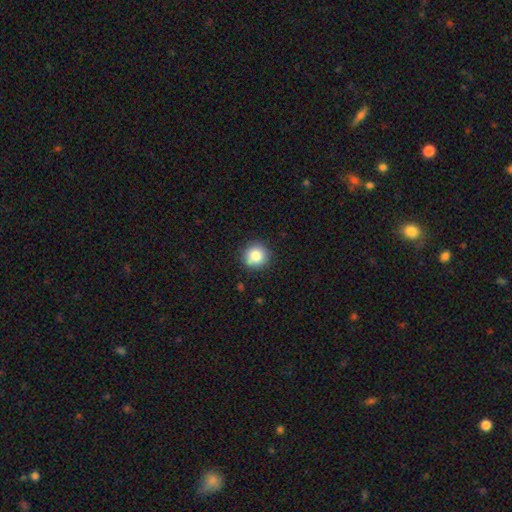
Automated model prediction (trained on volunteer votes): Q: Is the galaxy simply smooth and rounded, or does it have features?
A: smooth — 83%.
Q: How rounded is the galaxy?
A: round — 93%.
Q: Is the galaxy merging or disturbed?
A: none — 89%.